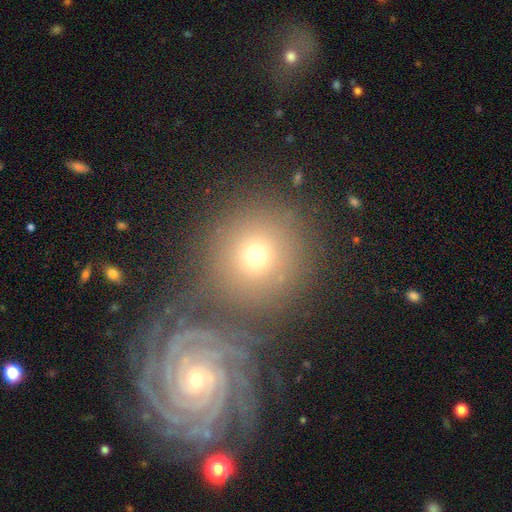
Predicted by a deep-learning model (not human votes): Smooth or featured: smooth — 58% (featured or disk — 27%)
How rounded: round — 89% (in between — 10%)
Merging: none — 61% (merger — 23%)